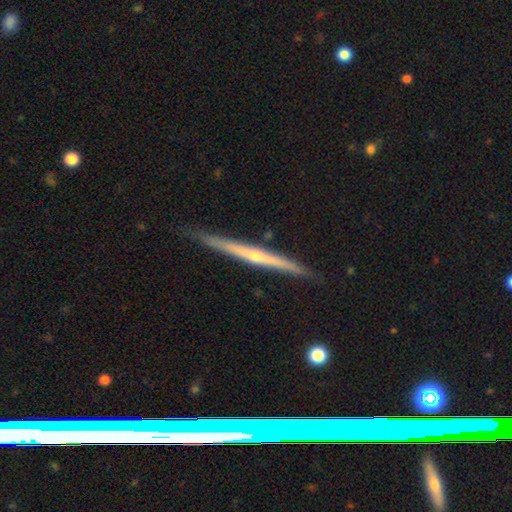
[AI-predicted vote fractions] A featured or disk galaxy (73%) viewed edge-on (98%) with a rounded central bulge (64%).

Vote fractions:
- Smooth or featured? featured or disk: 73% / smooth: 21% / star or artifact: 6%
- Edge-on disk? yes: 98% / no: 2%
- Edge-on bulge? rounded: 64% / none: 32% / boxy: 3%
- Merging? none: 86% / minor disturbance: 11% / merger: 2% / major disturbance: 2%